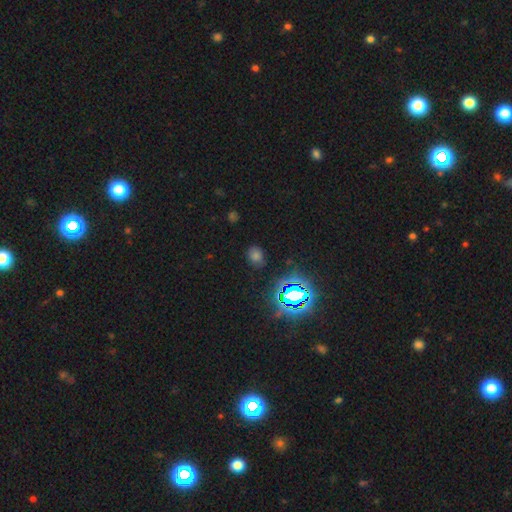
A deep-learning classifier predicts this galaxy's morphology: smooth 53%, star or artifact 39%, featured or disk 7%. Down the decision tree: how rounded — in between (49%, tied with round); merging — none (83%).